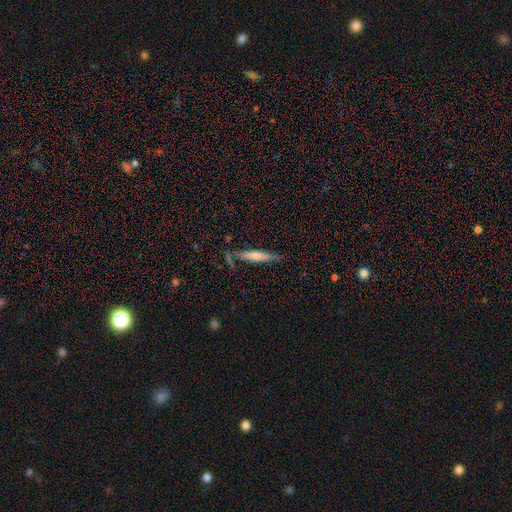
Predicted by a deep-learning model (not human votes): Smooth or featured: smooth — 56% (featured or disk — 37%)
How rounded: cigar-shaped — 88% (in between — 10%)
Merging: none — 78% (minor disturbance — 15%)